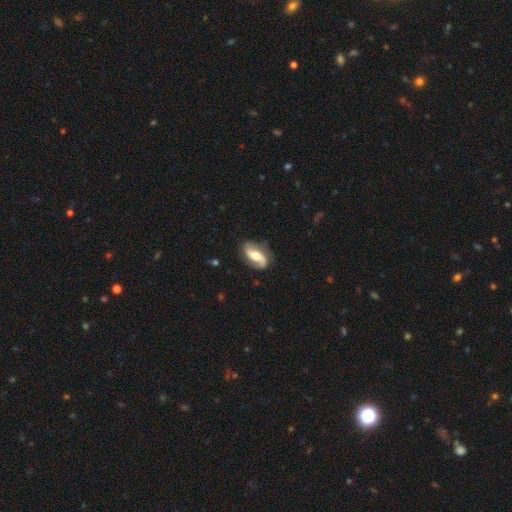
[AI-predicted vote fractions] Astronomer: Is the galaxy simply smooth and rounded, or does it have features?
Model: featured or disk — 76%.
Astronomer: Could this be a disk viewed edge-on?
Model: no — 95%.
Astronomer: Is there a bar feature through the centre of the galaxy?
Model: no — 43% (runner-up: weak, 34%).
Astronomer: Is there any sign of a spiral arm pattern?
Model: yes — 94%.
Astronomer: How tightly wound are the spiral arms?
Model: loose — 42% (runner-up: medium, 38%).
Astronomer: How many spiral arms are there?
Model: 2 — 82%.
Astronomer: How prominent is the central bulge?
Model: moderate — 59%.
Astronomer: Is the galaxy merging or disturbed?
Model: none — 74%.